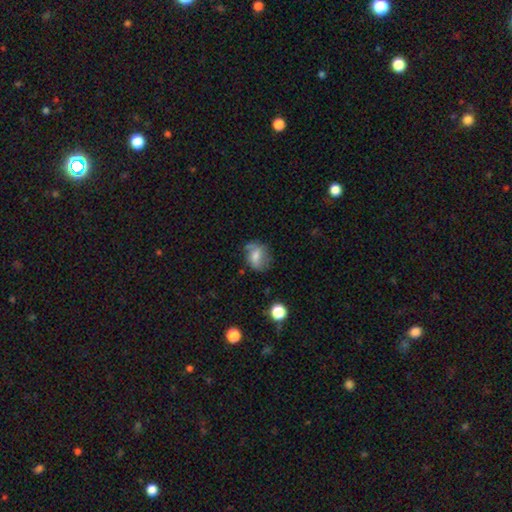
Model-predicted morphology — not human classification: smooth_or_featured: smooth (p=0.61) [alt: featured or disk p=0.30]
how_rounded: in between (p=0.60) [alt: round p=0.38]
merging: none (p=0.58) [alt: minor disturbance p=0.28]